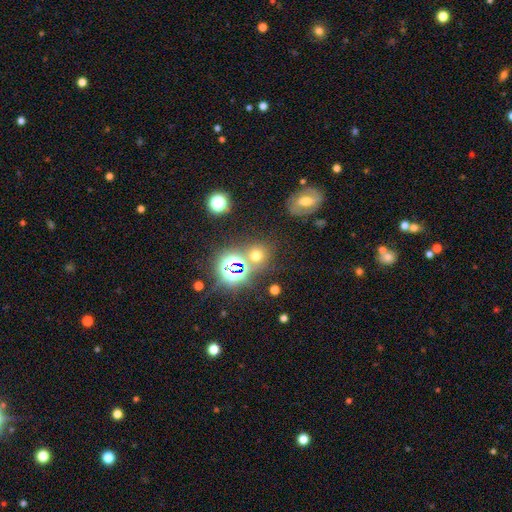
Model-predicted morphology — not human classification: Overall: smooth (50%; star or artifact 41%). Merging: none (72%).